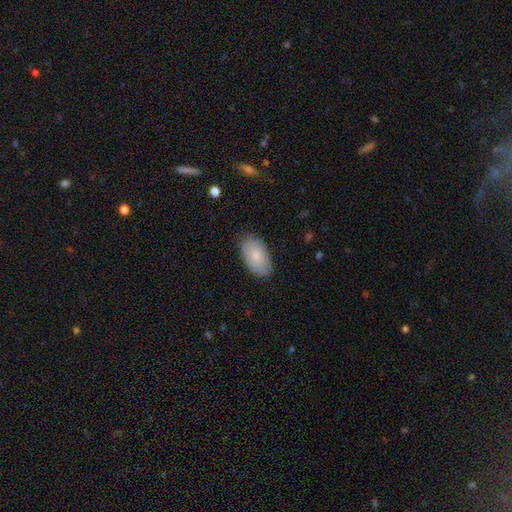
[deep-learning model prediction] This appears to be a smooth galaxy with no disk features (76%) that is in between round and cigar-shaped (94%). Merging: none (81%).